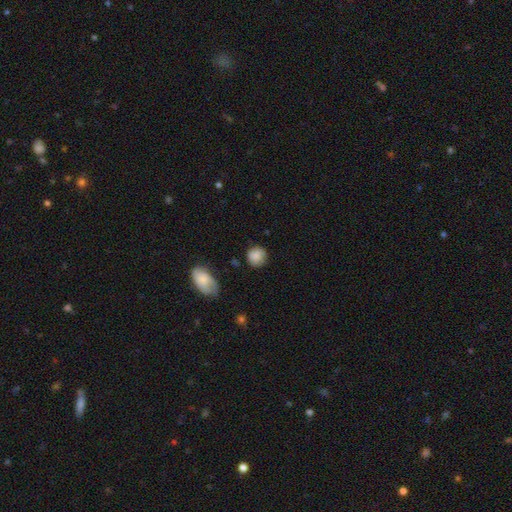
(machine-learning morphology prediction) The model was most divided on "merging": none: 76%, minor disturbance: 17%, major disturbance: 4%, merger: 2%. More confident: smooth or featured — smooth (82%); how rounded — round (82%).